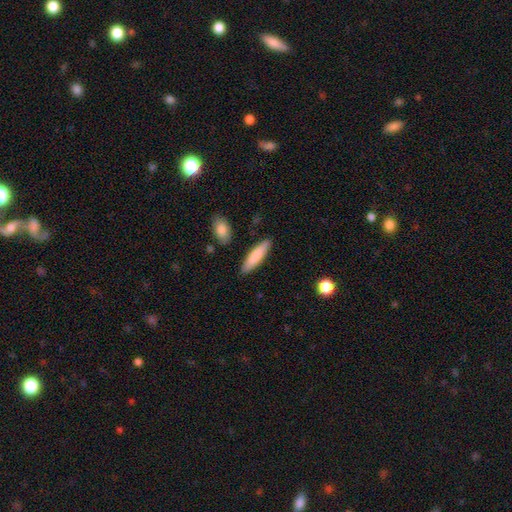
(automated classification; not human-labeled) The model was most divided on "how rounded": cigar-shaped: 72%, in between: 27%, round: 1%. More confident: merging — none (87%); smooth or featured — smooth (81%).